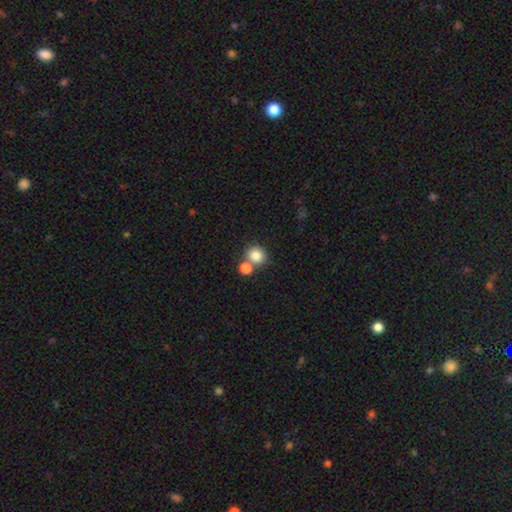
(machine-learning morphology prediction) This is clearly a smooth galaxy (83%). How rounded: clearly round (83%). Merging: possibly none (56%).